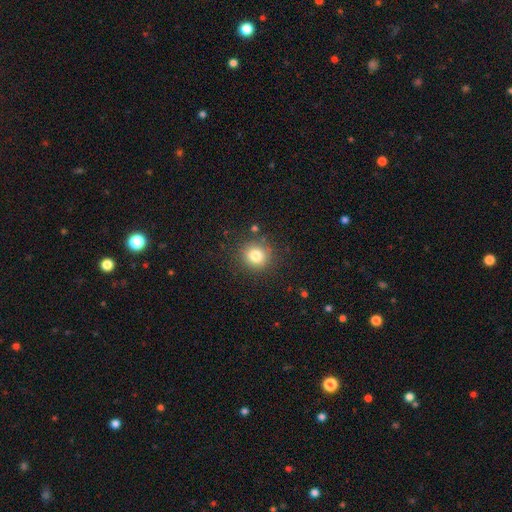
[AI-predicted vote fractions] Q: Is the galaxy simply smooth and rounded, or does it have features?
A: smooth — 80%.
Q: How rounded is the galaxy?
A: round — 89%.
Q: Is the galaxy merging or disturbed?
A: none — 86%.